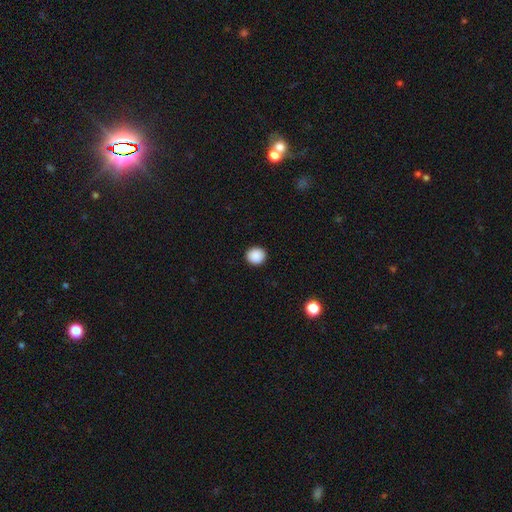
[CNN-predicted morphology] type=smooth (89%); roundness=round (86%); merging=none (92%).